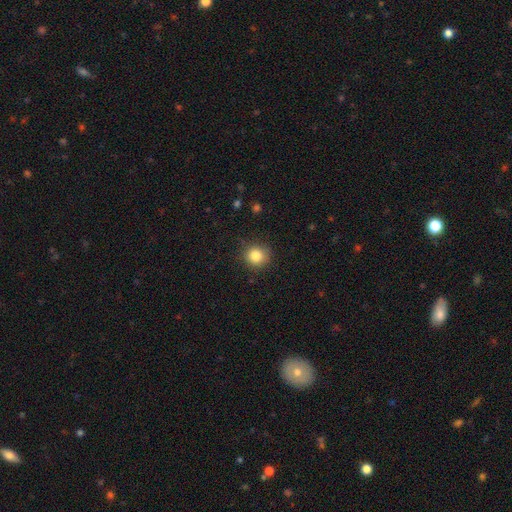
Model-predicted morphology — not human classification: A smooth galaxy with no disk features (84%) that is round (90%). Merging: none (87%).